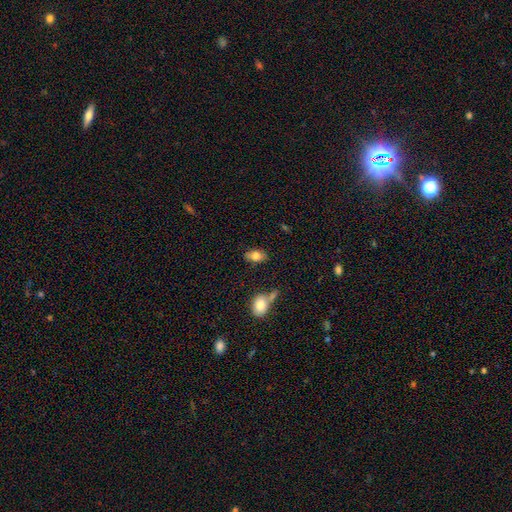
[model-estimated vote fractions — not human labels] Smooth or featured? Predicted: smooth (p=0.79). How rounded? Predicted: in between (p=0.88). Merging? Predicted: none (p=0.78).